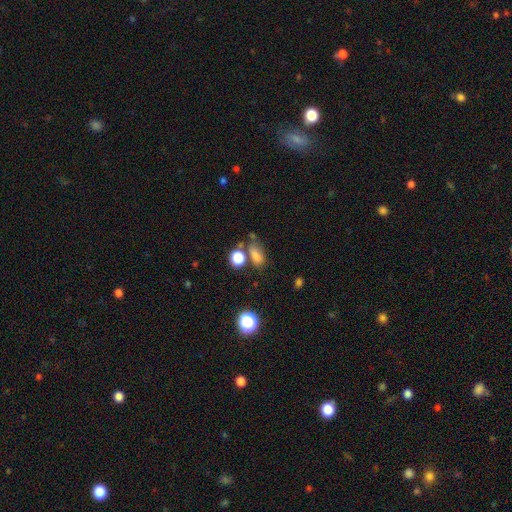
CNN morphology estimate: Smooth or featured? Predicted: smooth (p=0.77). How rounded? Predicted: in between (p=0.77). Merging? Predicted: none (p=0.57).